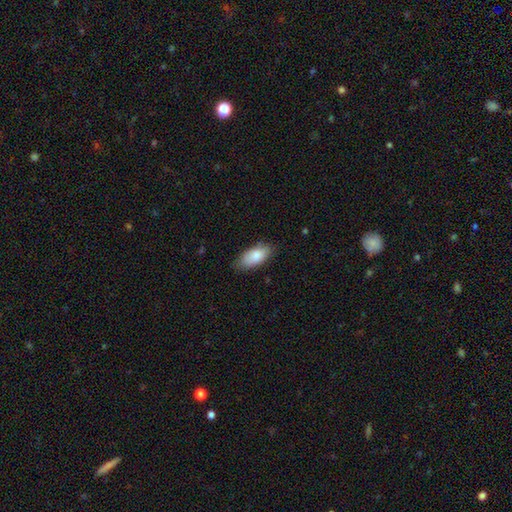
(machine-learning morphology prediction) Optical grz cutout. It shows a smooth galaxy with no disk features (84%) that is in between round and cigar-shaped (90%). Merging: none (77%).